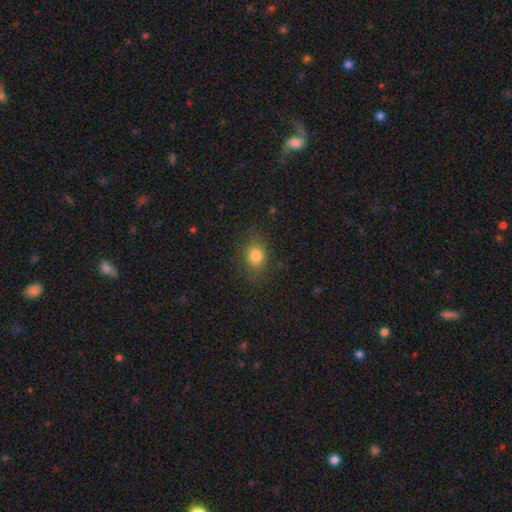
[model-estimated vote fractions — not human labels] A smooth galaxy with no disk features (80%) that is round (55%).

Vote fractions:
- Smooth or featured? smooth: 80% / star or artifact: 12% / featured or disk: 8%
- How rounded? round: 55% / in between: 43% / cigar-shaped: 1%
- Merging? none: 81% / minor disturbance: 13% / major disturbance: 5% / merger: 1%